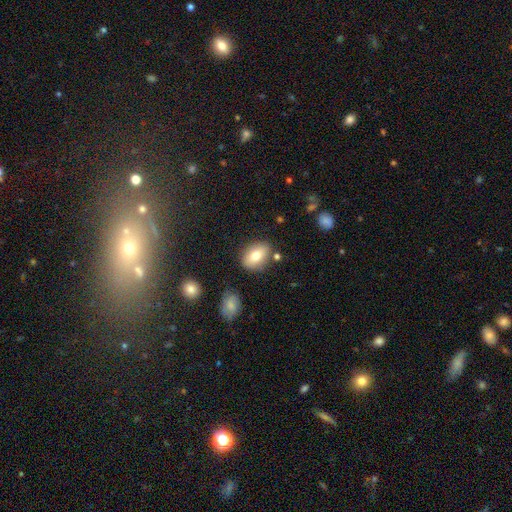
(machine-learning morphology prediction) Smooth or featured?
  - smooth: 76% *
  - featured or disk: 16%
  - star or artifact: 8%
How rounded?
  - in between: 79% *
  - round: 19%
  - cigar-shaped: 2%
Merging?
  - none: 80% *
  - minor disturbance: 12%
  - merger: 5%
  - major disturbance: 3%